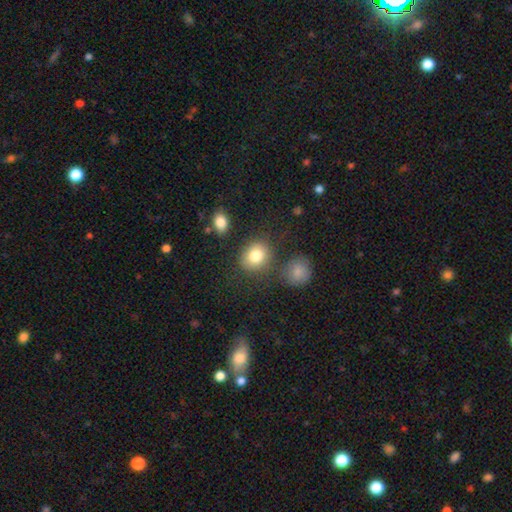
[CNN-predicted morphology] This is clearly a smooth galaxy (82%). How rounded: likely round (70%). Merging: likely none (74%).